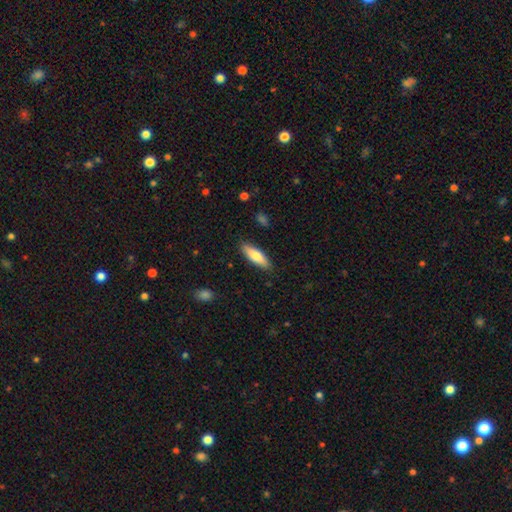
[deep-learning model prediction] Overall: smooth (73%). How rounded: in between (50%; cigar-shaped 48%). Merging: none (87%).